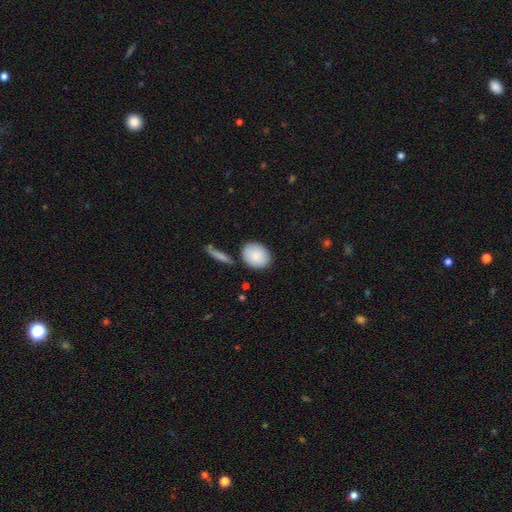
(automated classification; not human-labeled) A smooth galaxy with no disk features (88%) that is in between round and cigar-shaped (52%). Merging: none (79%).